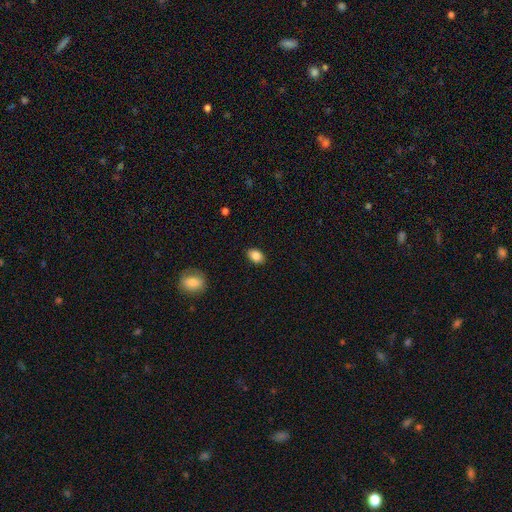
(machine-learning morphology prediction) Smooth or featured?
  - smooth: 87% *
  - star or artifact: 8%
  - featured or disk: 5%
How rounded?
  - in between: 83% *
  - round: 16%
  - cigar-shaped: 1%
Merging?
  - none: 87% *
  - minor disturbance: 9%
  - major disturbance: 2%
  - merger: 1%